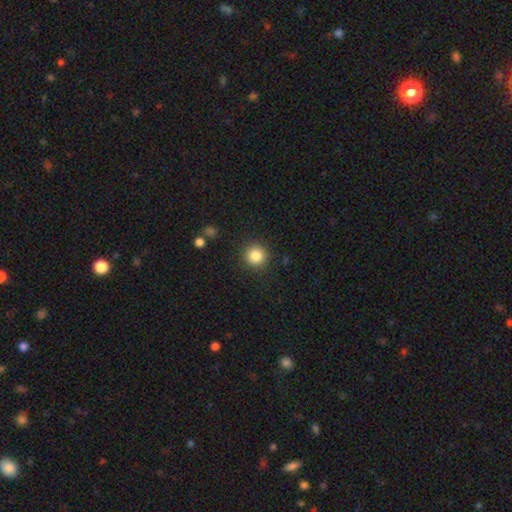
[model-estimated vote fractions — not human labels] Smooth or featured? smooth (84%)
How rounded? round (94%)
Merging? none (91%)